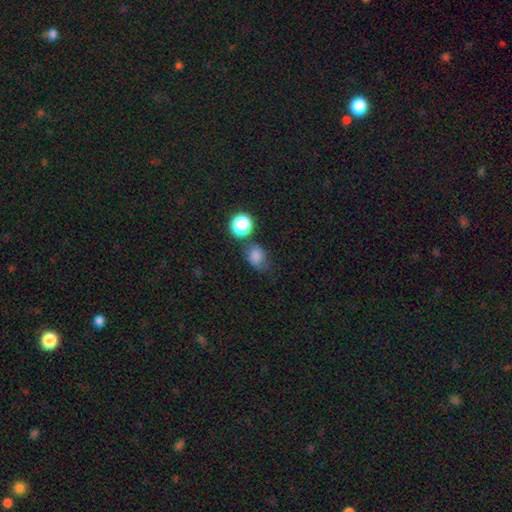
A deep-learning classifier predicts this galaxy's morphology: The model was most divided on "how rounded": round: 51%, in between: 47%, cigar-shaped: 1%. More confident: smooth or featured — smooth (78%); merging — none (52%).